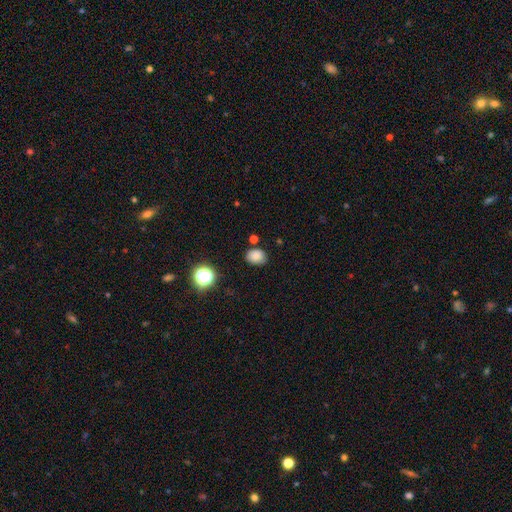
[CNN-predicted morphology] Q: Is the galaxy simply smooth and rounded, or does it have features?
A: smooth — 83%.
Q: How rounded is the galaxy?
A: in between — 60%.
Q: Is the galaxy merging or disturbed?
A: none — 79%.